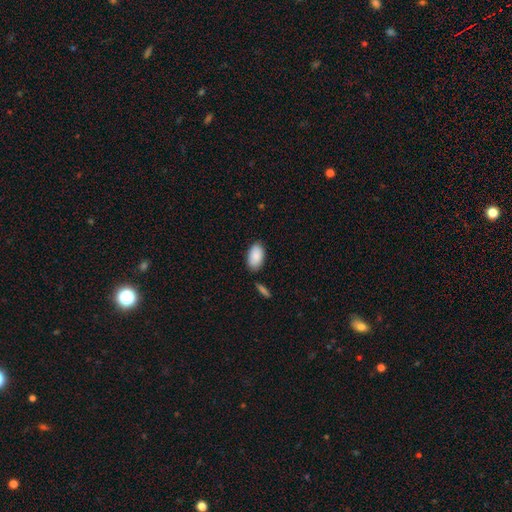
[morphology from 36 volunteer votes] This is clearly a smooth galaxy (97%). How rounded: clearly in between (94%). Merging: clearly none (94%).